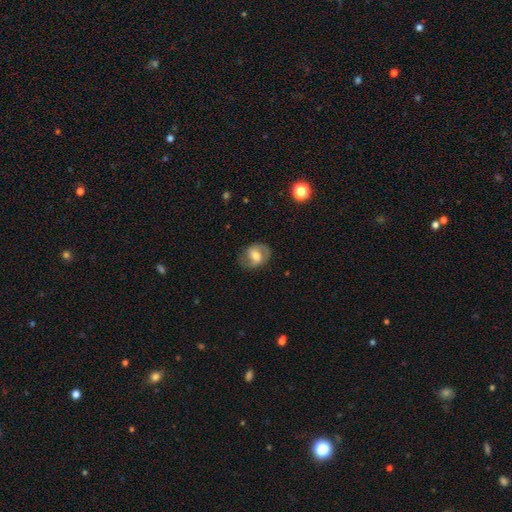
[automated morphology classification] A featured or disk galaxy (56%) with a weak bar (46%), spiral arms (77%) and a moderate central bulge (61%).

Vote fractions:
- Smooth or featured? featured or disk: 56% / smooth: 36% / star or artifact: 8%
- Edge-on disk? no: 96% / yes: 4%
- Bar? weak: 46% / no: 30% / strong: 24%
- Spiral arms? yes: 77% / no: 23%
- Bulge size? moderate: 61% / small: 17% / large: 17% / none: 3% / dominant: 2%
- Merging? none: 75% / minor disturbance: 16% / major disturbance: 7% / merger: 1%